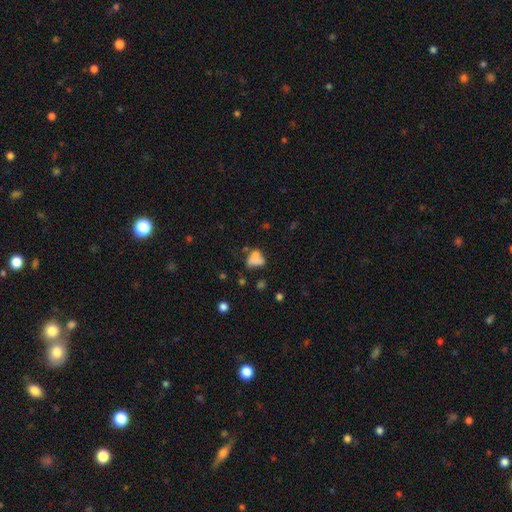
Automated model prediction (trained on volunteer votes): This is likely a smooth galaxy (66%). How rounded: likely in between (73%). Merging: marginally none (31%).